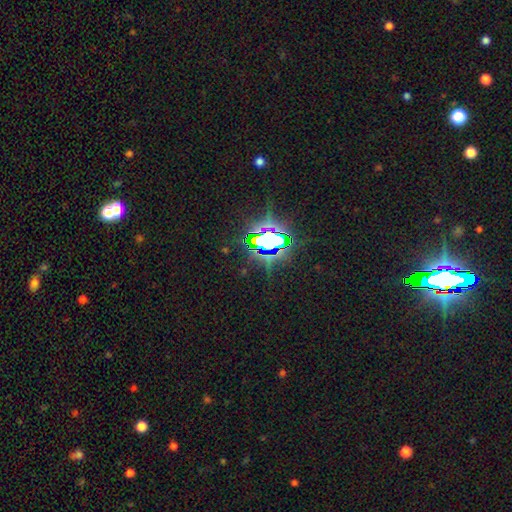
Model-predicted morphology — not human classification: Smooth or featured? star or artifact (81%)